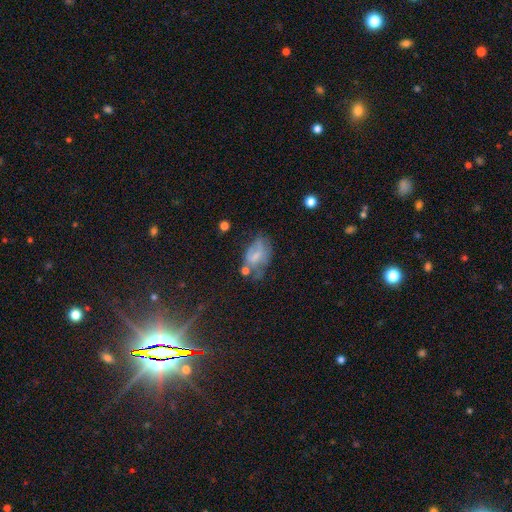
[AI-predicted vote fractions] Q: Smooth or featured?
A: smooth (45%); runner-up: featured or disk (43%)
Q: Merging?
A: none (32%); runner-up: minor disturbance (29%)